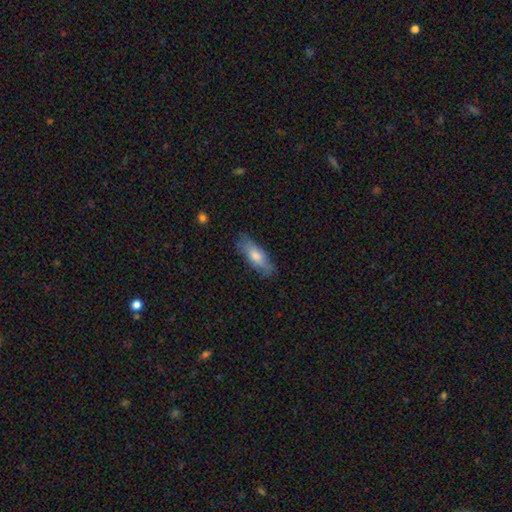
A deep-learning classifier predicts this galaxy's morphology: Smooth or featured? Predicted: smooth (p=0.68). How rounded? Predicted: in between (p=0.54). Merging? Predicted: none (p=0.79).